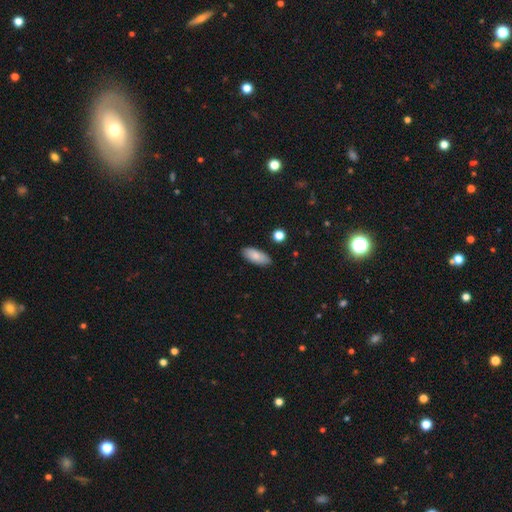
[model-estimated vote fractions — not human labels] Morphology: type=smooth (84%); roundness=in between (86%); merging=none (85%).